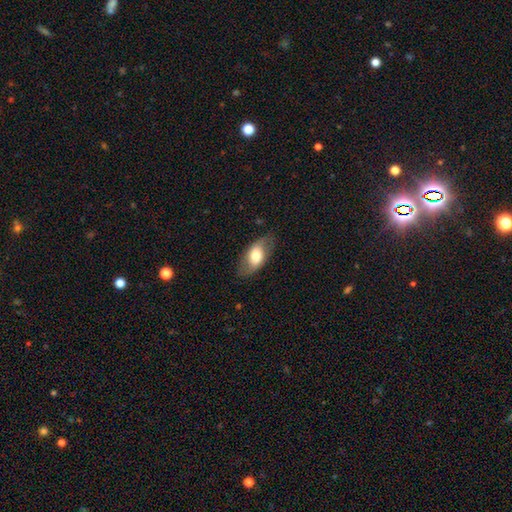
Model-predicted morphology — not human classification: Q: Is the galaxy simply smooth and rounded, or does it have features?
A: smooth — 57%.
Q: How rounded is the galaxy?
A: in between — 89%.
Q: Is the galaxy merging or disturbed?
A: none — 77%.